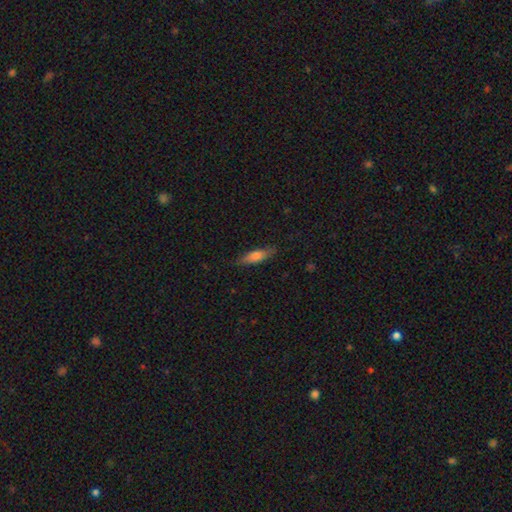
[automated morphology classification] Overall: smooth (71%). How rounded: cigar-shaped (58%; in between 40%). Merging: none (83%).